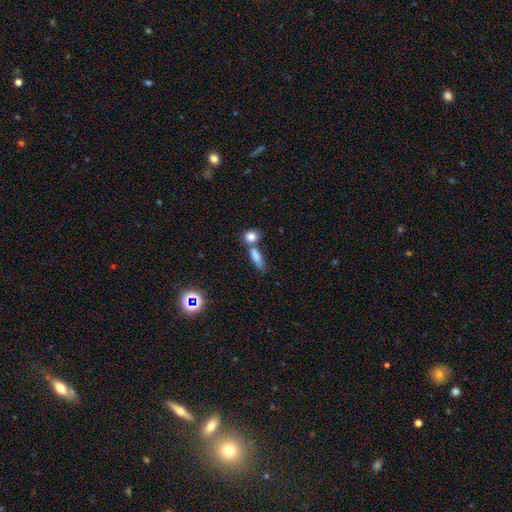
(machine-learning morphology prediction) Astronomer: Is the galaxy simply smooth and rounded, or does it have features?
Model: smooth — 79%.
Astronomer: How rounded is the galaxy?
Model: in between — 58%.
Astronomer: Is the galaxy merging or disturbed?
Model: none — 41% (runner-up: merger, 39%).